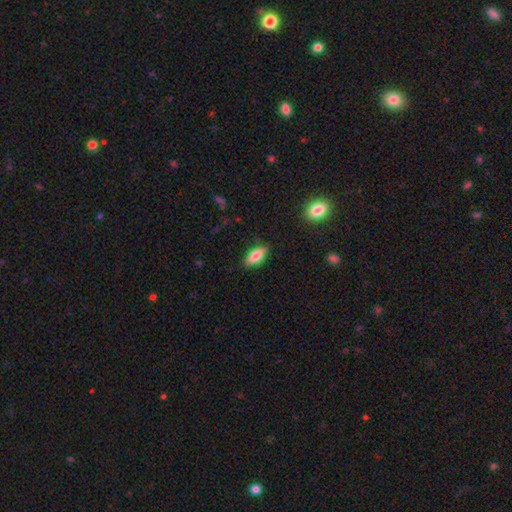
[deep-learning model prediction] Q: Smooth or featured?
A: smooth (80%); runner-up: featured or disk (13%)
Q: How rounded?
A: in between (85%); runner-up: cigar-shaped (13%)
Q: Merging?
A: none (84%); runner-up: minor disturbance (12%)